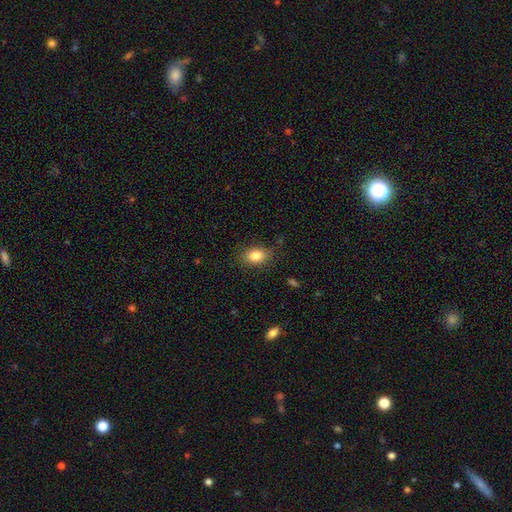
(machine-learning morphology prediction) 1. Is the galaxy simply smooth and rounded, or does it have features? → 84% smooth, 9% star or artifact, 8% featured or disk.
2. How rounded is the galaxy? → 78% in between, 21% round, 1% cigar-shaped.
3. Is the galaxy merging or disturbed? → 81% none, 14% minor disturbance, 4% major disturbance, 1% merger.